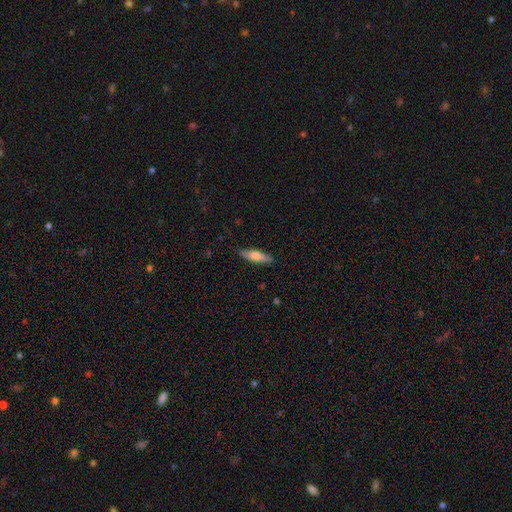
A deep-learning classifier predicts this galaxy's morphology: This is likely a smooth galaxy (60%). How rounded: likely cigar-shaped (62%). Merging: clearly none (86%).